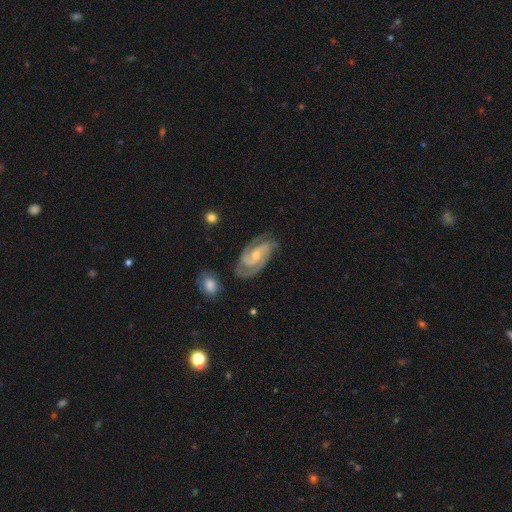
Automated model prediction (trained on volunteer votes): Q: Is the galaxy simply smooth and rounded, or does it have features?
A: featured or disk — 90%.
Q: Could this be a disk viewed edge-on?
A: no — 97%.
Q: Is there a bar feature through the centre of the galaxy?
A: no — 46%.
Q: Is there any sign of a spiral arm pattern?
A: yes — 98%.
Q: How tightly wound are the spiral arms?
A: medium — 47%.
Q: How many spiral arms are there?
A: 2 — 60%.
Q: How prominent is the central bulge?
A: small — 64%.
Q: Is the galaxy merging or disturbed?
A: none — 75%.